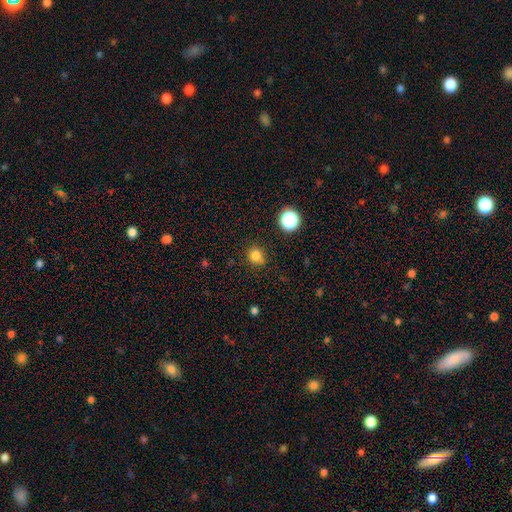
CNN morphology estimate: smooth_or_featured: smooth (p=0.81) [alt: star or artifact p=0.14]
how_rounded: round (p=0.79) [alt: in between p=0.20]
merging: none (p=0.83) [alt: minor disturbance p=0.12]